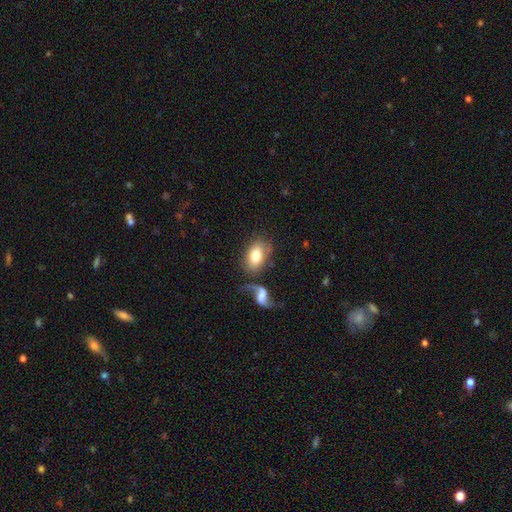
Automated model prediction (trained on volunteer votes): smooth 73%, featured or disk 19%, star or artifact 7%. Down the decision tree: how rounded — in between (87%); merging — none (55%).